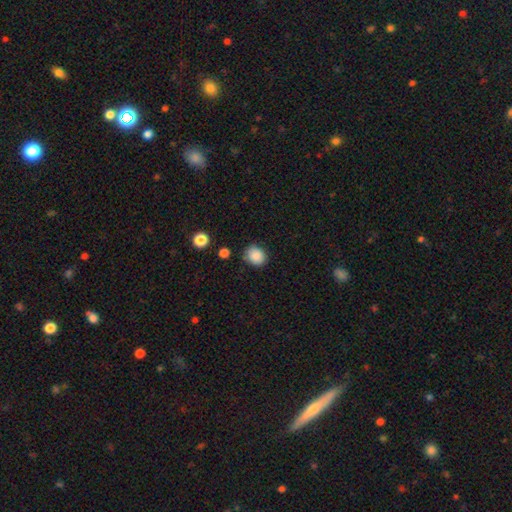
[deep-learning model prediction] This appears to be a smooth galaxy with no disk features (86%) that is round (61%). Merging: none (76%).